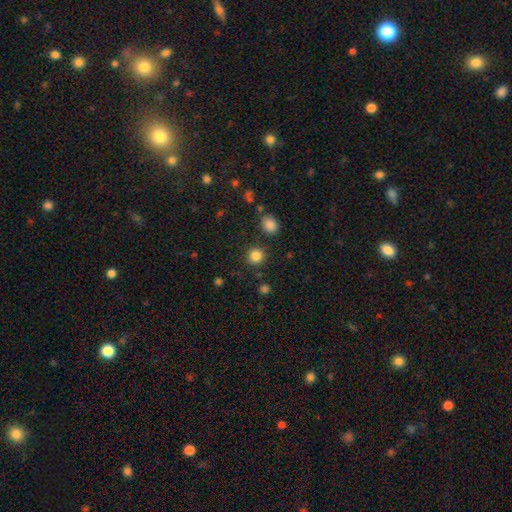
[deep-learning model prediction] smooth 84%, star or artifact 12%, featured or disk 4%. Down the decision tree: how rounded — round (92%); merging — none (87%).